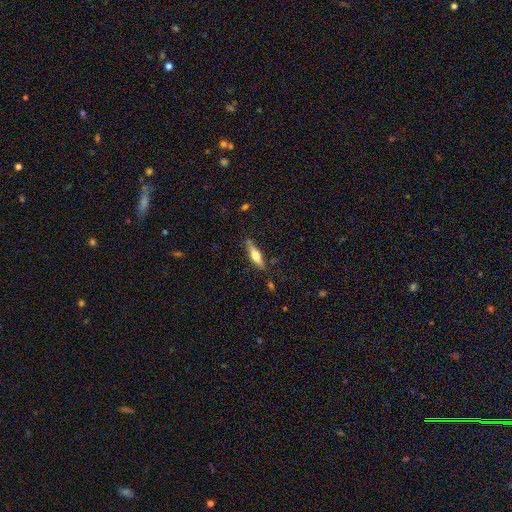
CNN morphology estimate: Smooth or featured? Predicted: featured or disk (p=0.53). Edge-on disk? Predicted: yes (p=0.94). Merging? Predicted: none (p=0.79).